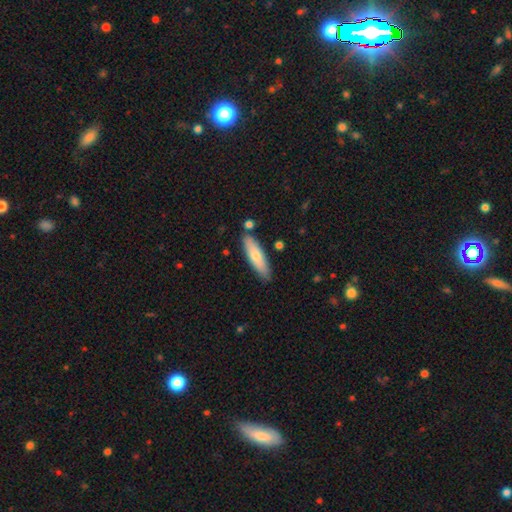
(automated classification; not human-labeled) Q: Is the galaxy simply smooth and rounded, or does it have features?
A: smooth — 72%.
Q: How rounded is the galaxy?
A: cigar-shaped — 70%.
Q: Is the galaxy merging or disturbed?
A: none — 82%.